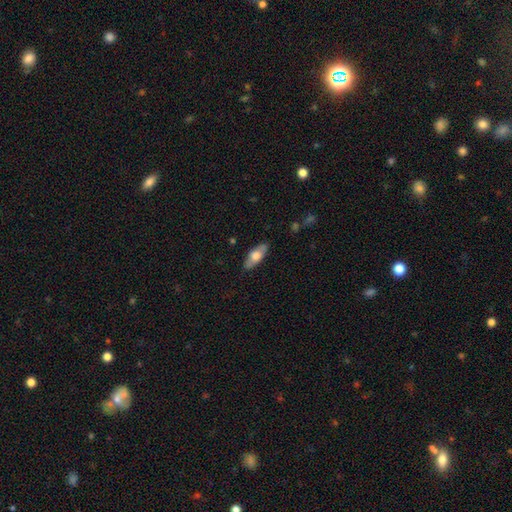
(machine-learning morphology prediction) This appears to be a smooth galaxy with no disk features (63%) that is in between round and cigar-shaped (76%). Merging: none (85%).